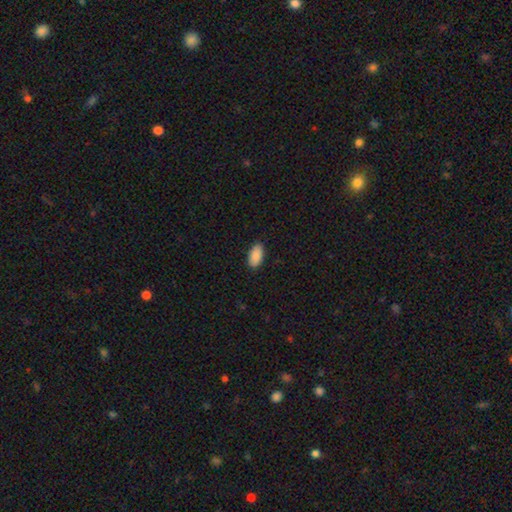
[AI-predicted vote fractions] Smooth or featured: smooth — 90% (star or artifact — 6%)
How rounded: in between — 94% (cigar-shaped — 4%)
Merging: none — 88% (minor disturbance — 9%)